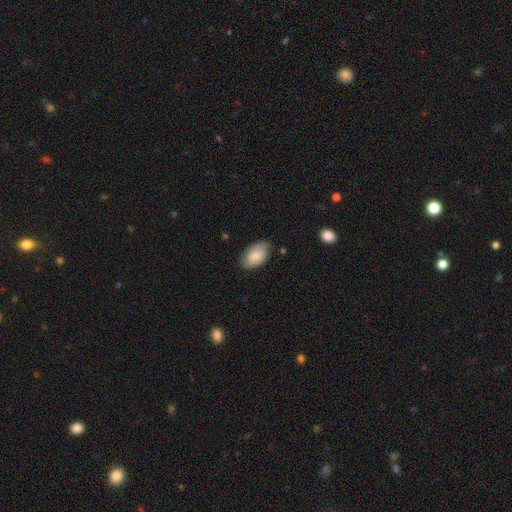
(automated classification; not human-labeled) A smooth galaxy with no disk features (84%) that is in between round and cigar-shaped (94%).

Vote fractions:
- Smooth or featured? smooth: 84% / featured or disk: 10% / star or artifact: 6%
- How rounded? in between: 94% / round: 4% / cigar-shaped: 1%
- Merging? none: 77% / minor disturbance: 18% / major disturbance: 3% / merger: 1%